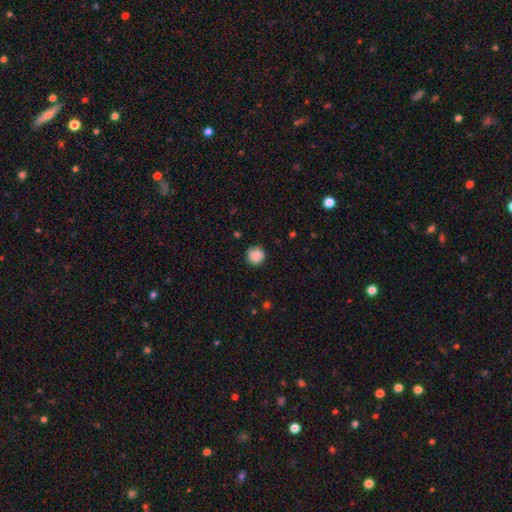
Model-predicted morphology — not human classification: The model was most divided on "merging": none: 86%, minor disturbance: 10%, major disturbance: 2%, merger: 1%. More confident: how rounded — round (94%); smooth or featured — smooth (88%).